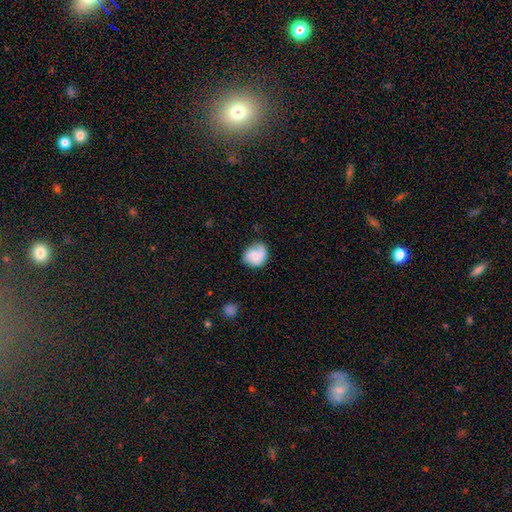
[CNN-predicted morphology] A smooth galaxy with no disk features (60%) that is round (66%).

Vote fractions:
- Smooth or featured? smooth: 60% / featured or disk: 32% / star or artifact: 8%
- How rounded? round: 66% / in between: 33% / cigar-shaped: 1%
- Merging? none: 59% / minor disturbance: 29% / major disturbance: 9% / merger: 3%